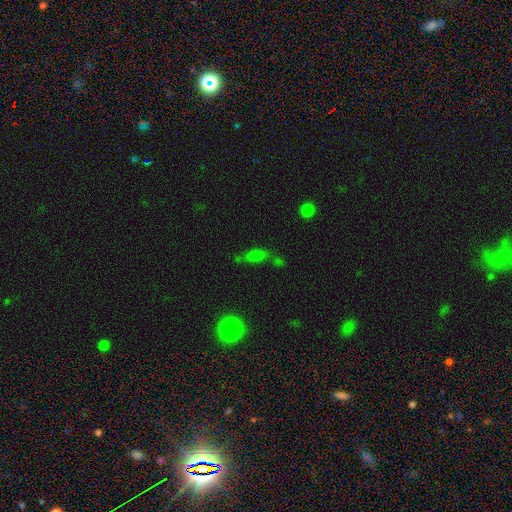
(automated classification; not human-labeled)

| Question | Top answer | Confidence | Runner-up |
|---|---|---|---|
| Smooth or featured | smooth | 63% | star or artifact (22%) |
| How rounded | in between | 67% | cigar-shaped (26%) |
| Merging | none | 49% | merger (21%) |